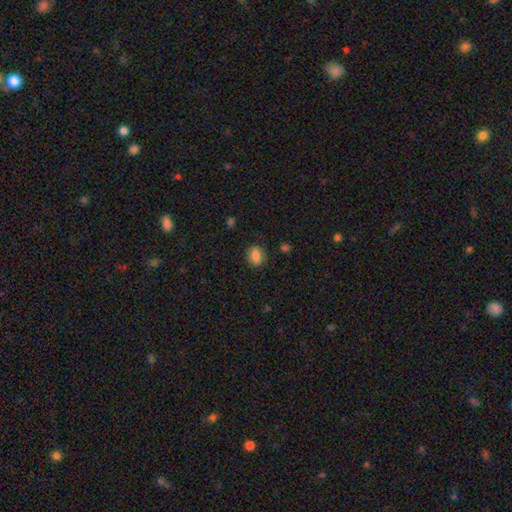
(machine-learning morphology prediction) Smooth or featured?
  - smooth: 83% *
  - star or artifact: 9%
  - featured or disk: 7%
How rounded?
  - in between: 63% *
  - round: 35%
  - cigar-shaped: 2%
Merging?
  - none: 83% *
  - minor disturbance: 12%
  - major disturbance: 3%
  - merger: 1%